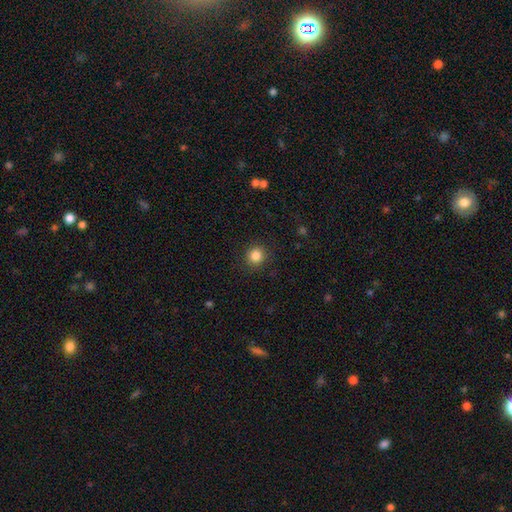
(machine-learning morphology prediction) This is clearly a smooth galaxy (84%). How rounded: clearly round (92%). Merging: clearly none (90%).